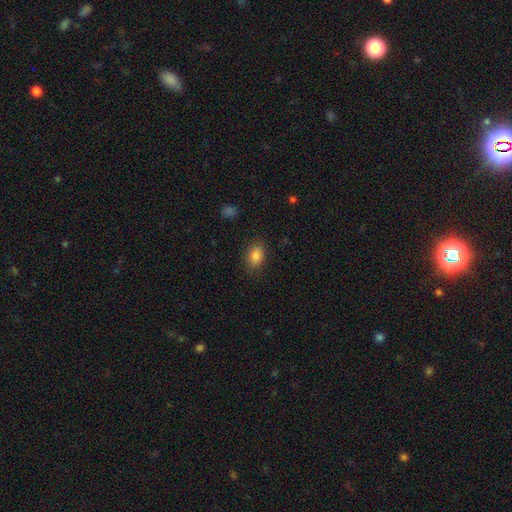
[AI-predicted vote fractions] smooth 85%, star or artifact 9%, featured or disk 6%. Down the decision tree: how rounded — in between (81%); merging — none (83%).